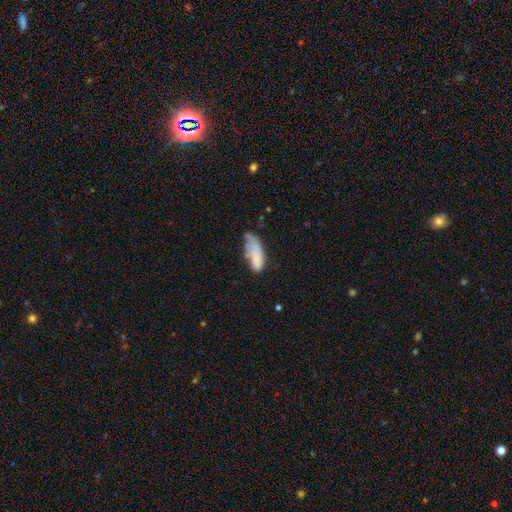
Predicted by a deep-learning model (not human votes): smooth 75%, featured or disk 17%, star or artifact 8%. Down the decision tree: how rounded — in between (75%); merging — minor disturbance (37%).